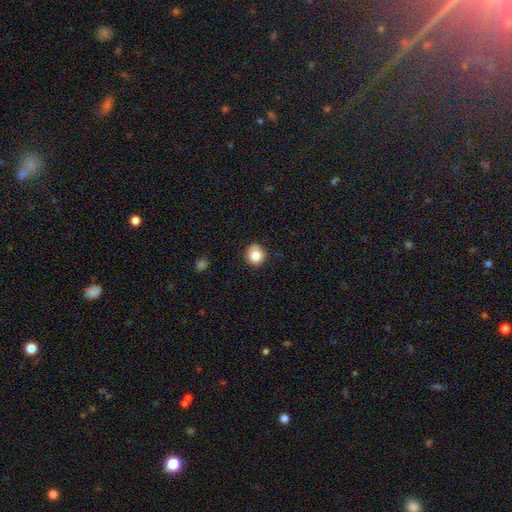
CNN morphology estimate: type=smooth (81%); roundness=round (90%); merging=none (81%).